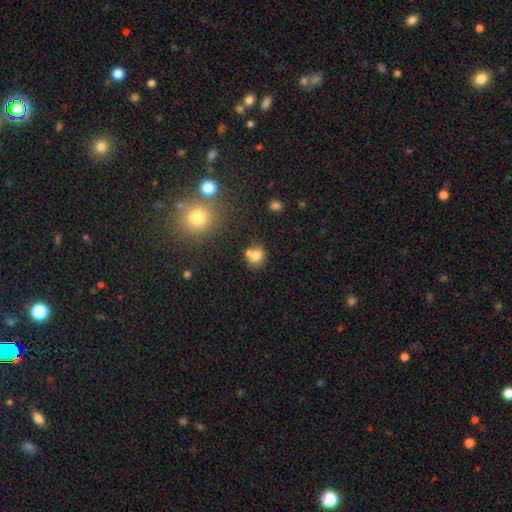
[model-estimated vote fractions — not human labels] Smooth or featured?
  - smooth: 74% *
  - star or artifact: 13%
  - featured or disk: 12%
How rounded?
  - round: 68% *
  - in between: 31%
  - cigar-shaped: 1%
Merging?
  - none: 48% *
  - merger: 36%
  - minor disturbance: 12%
  - major disturbance: 4%